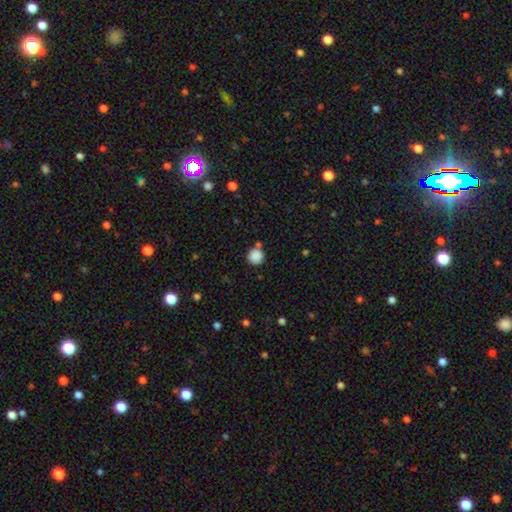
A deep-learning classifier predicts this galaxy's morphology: smooth 87%, star or artifact 10%, featured or disk 3%. Down the decision tree: how rounded — round (94%); merging — none (76%).